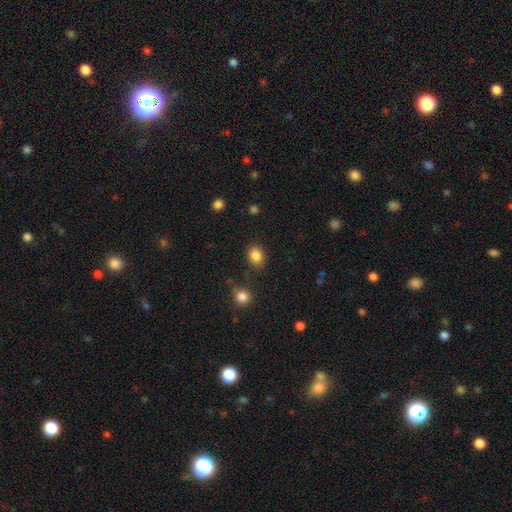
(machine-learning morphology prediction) Smooth or featured: smooth — 85% (star or artifact — 10%)
How rounded: round — 52% (in between — 47%)
Merging: none — 82% (minor disturbance — 11%)